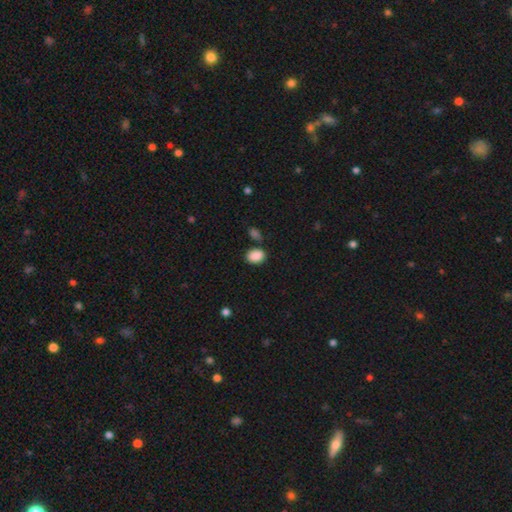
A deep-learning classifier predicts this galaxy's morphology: Smooth or featured? smooth (88%)
How rounded? in between (74%)
Merging? none (74%)